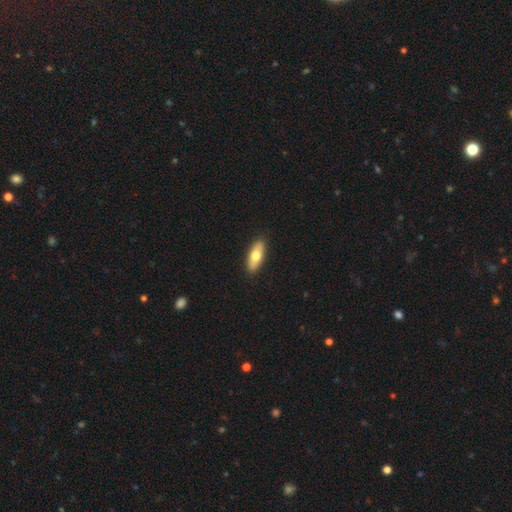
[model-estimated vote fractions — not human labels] smooth 68%, featured or disk 27%, star or artifact 5%. Down the decision tree: how rounded — in between (71%); merging — none (90%).